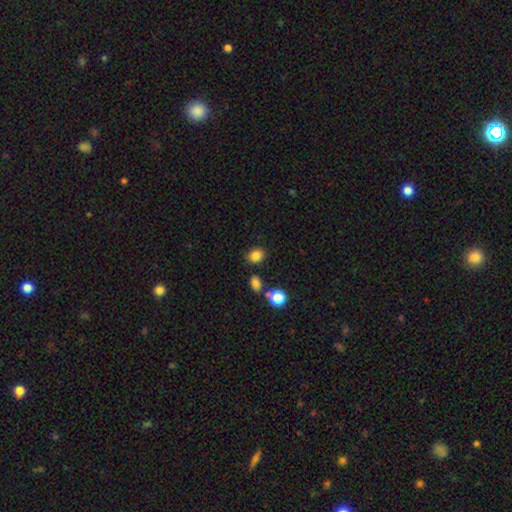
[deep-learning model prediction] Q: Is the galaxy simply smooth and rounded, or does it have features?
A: smooth — 83%.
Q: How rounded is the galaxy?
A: round — 55%.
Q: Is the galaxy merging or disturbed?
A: none — 81%.